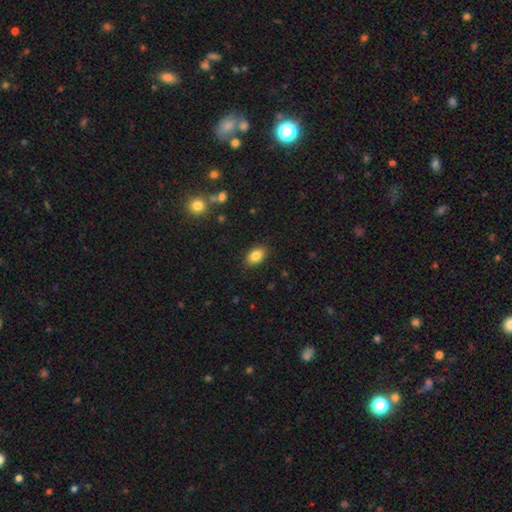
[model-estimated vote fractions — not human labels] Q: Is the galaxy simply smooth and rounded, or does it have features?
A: smooth — 85%.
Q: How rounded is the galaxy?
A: in between — 87%.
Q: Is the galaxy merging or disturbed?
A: none — 87%.